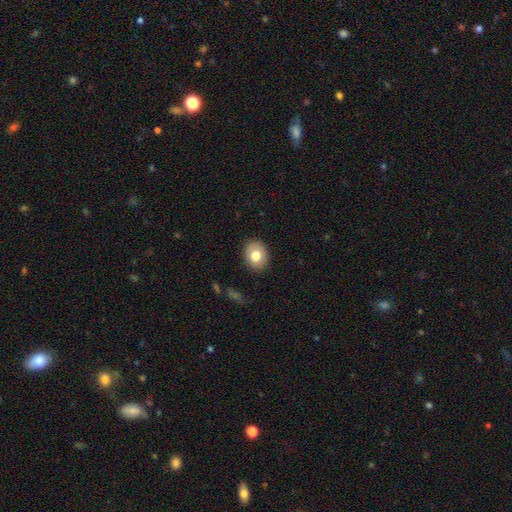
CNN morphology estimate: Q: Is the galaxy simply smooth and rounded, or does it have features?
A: smooth — 77%.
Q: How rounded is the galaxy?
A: in between — 54%.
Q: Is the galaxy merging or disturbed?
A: none — 87%.